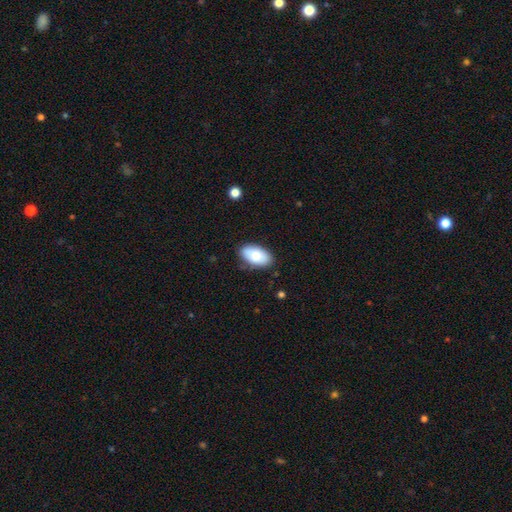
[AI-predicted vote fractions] This is likely a smooth galaxy (79%). How rounded: clearly in between (94%). Merging: clearly none (83%).